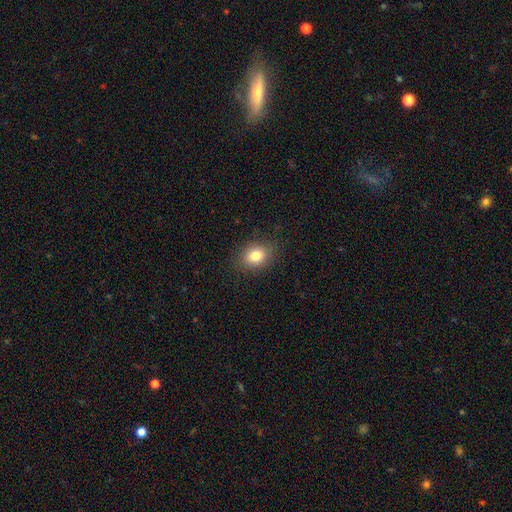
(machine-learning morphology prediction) type=smooth (81%); roundness=in between (62%); merging=none (86%).